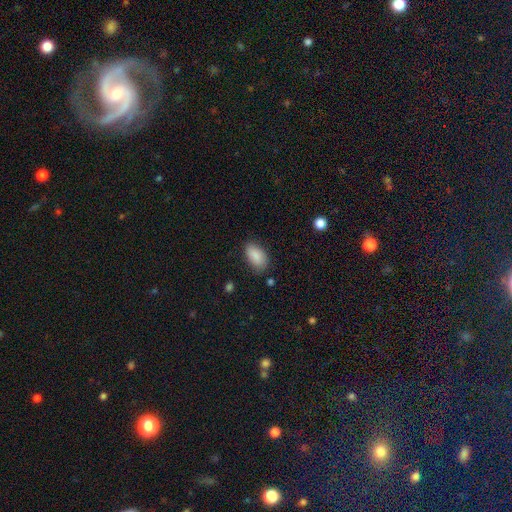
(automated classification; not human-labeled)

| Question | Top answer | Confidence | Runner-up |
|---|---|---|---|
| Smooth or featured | smooth | 88% | star or artifact (7%) |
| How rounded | in between | 93% | round (4%) |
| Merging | none | 76% | minor disturbance (18%) |